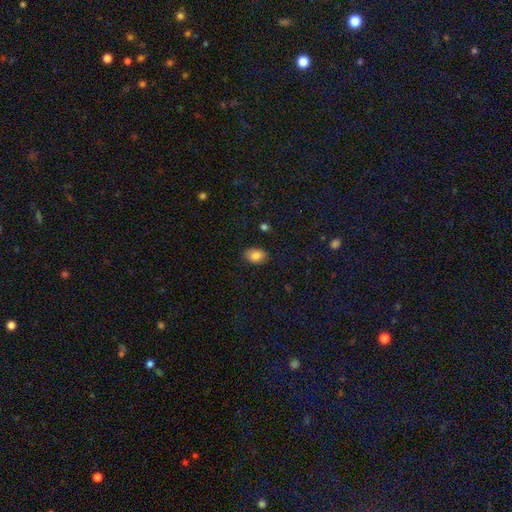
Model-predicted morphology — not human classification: Smooth or featured? smooth (84%)
How rounded? in between (82%)
Merging? none (85%)